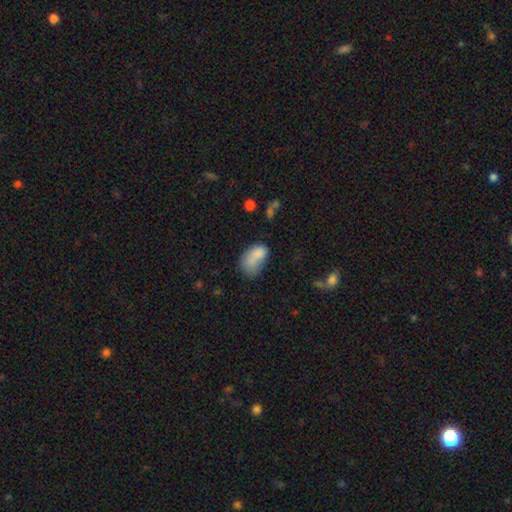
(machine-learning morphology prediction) Smooth or featured: smooth — 76% (featured or disk — 14%)
How rounded: in between — 88% (round — 10%)
Merging: minor disturbance — 27% (none — 26%)